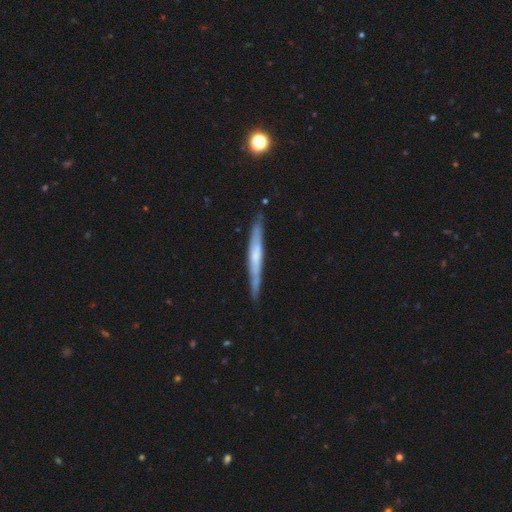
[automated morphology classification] Q: Smooth or featured?
A: featured or disk (58%); runner-up: smooth (36%)
Q: Edge-on disk?
A: yes (93%); runner-up: no (7%)
Q: Edge-on bulge?
A: none (56%); runner-up: rounded (26%)
Q: Merging?
A: none (83%); runner-up: minor disturbance (13%)